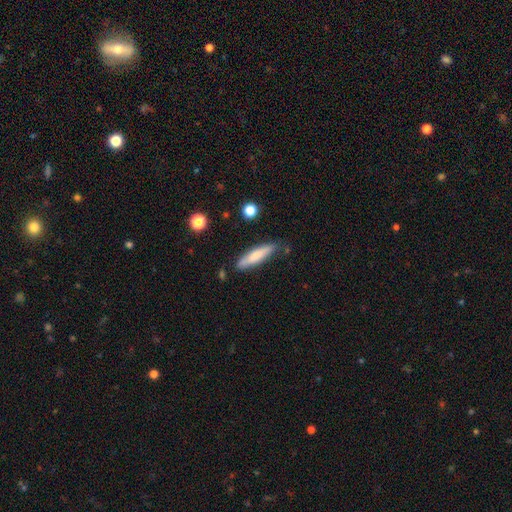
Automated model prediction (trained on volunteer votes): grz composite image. It shows a smooth galaxy with no disk features (70%) that is cigar-shaped (82%). Merging: none (78%).